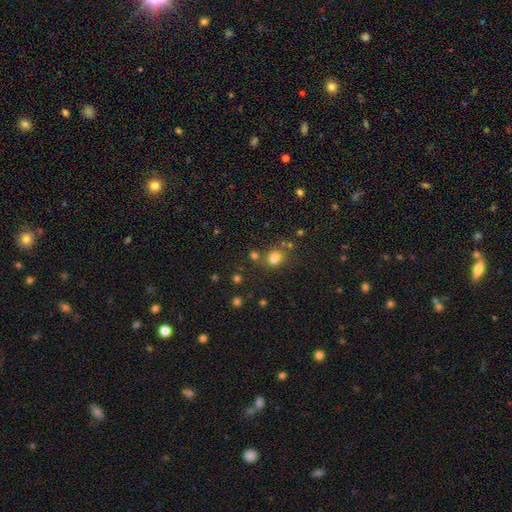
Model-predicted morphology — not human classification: Smooth or featured? Predicted: smooth (p=0.59). How rounded? Predicted: round (p=0.75). Merging? Predicted: none (p=0.69).